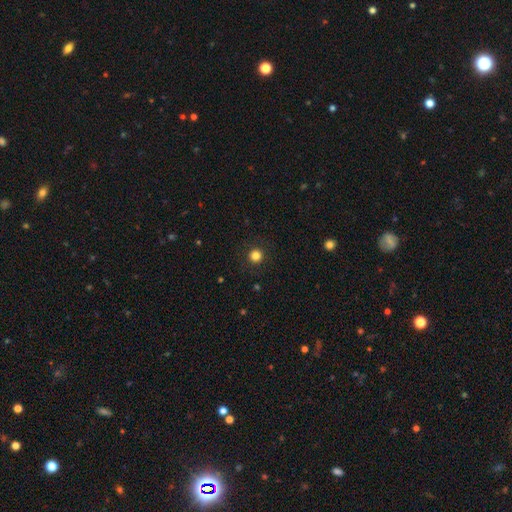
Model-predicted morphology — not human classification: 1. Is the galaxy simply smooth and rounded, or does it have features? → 83% smooth, 13% star or artifact, 4% featured or disk.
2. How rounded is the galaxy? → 96% round, 3% in between, 1% cigar-shaped.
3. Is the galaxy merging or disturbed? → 92% none, 5% minor disturbance, 2% major disturbance, 1% merger.